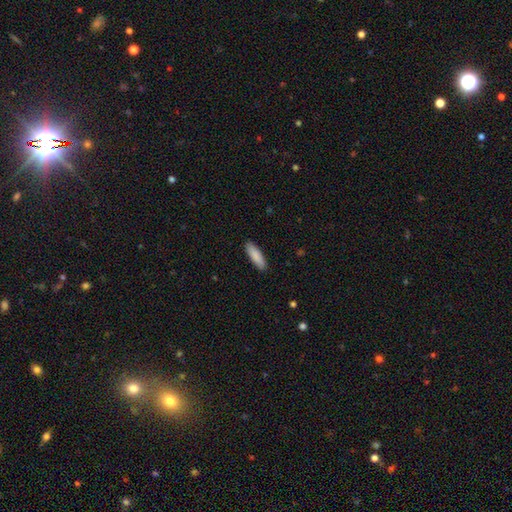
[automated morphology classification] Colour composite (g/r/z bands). It shows a smooth galaxy with no disk features (88%) that is cigar-shaped (57%). Merging: none (90%).